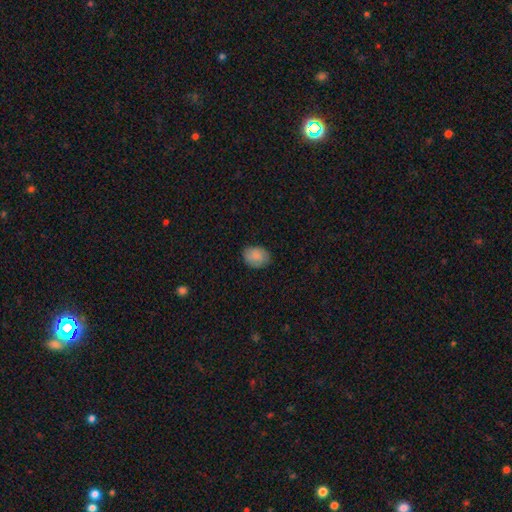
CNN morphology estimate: Smooth or featured? smooth (85%)
How rounded? in between (66%)
Merging? none (82%)